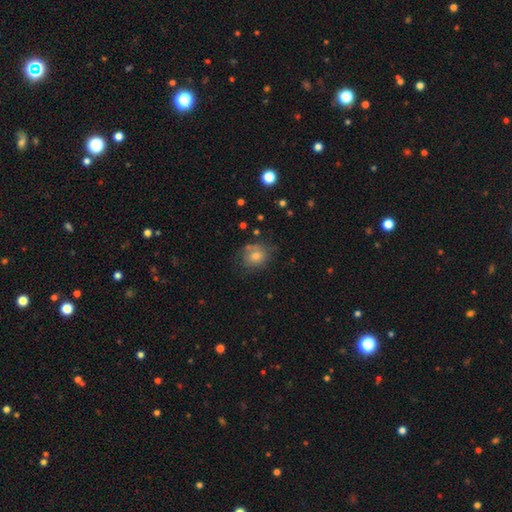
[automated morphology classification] This appears to be a smooth galaxy with no disk features (54%) that is round (72%). Merging: none (65%).